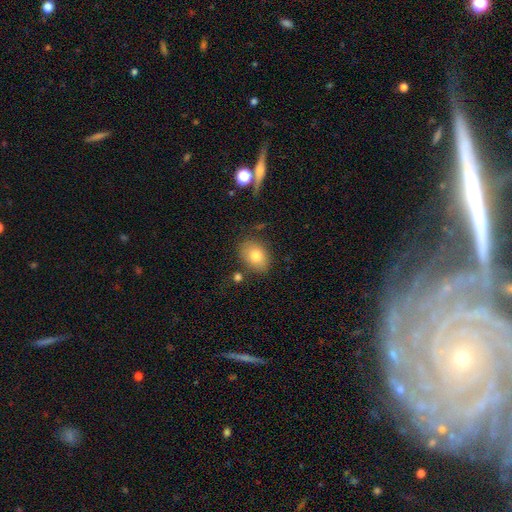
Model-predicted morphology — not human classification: Overall: smooth (80%). How rounded: in between (69%; round 30%). Merging: none (77%).